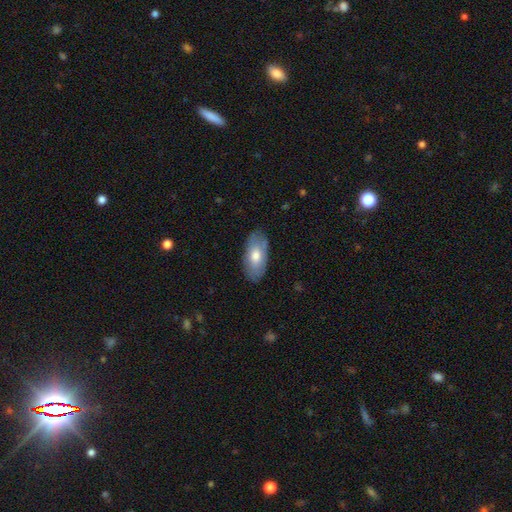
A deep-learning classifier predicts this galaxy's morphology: This appears to be a smooth galaxy with no disk features (70%) that is in between round and cigar-shaped (92%). Merging: none (82%).